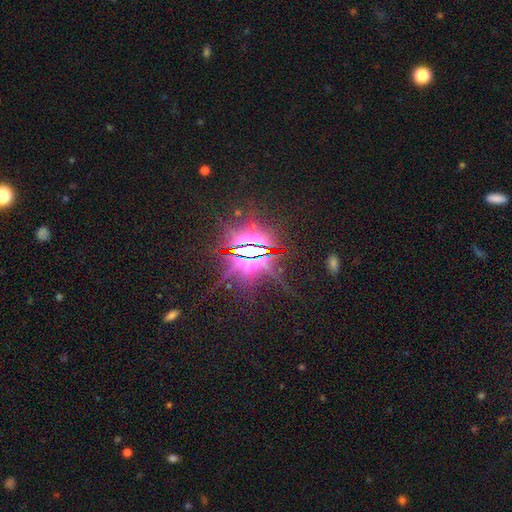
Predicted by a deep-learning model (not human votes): Smooth or featured? star or artifact (83%)